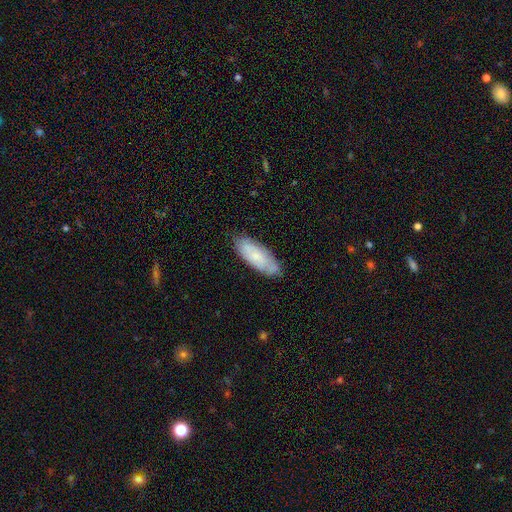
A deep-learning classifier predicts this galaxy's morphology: This appears to be a smooth galaxy with no disk features (54%) that is in between round and cigar-shaped (73%). Merging: none (75%).